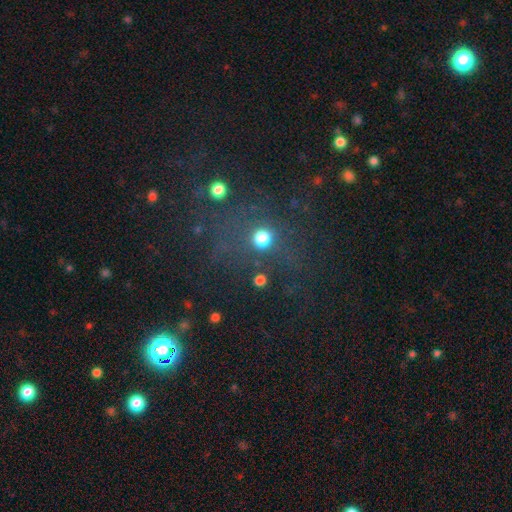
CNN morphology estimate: A star or artifact, not a galaxy (51%).

Vote fractions:
- Smooth or featured? star or artifact: 51% / smooth: 38% / featured or disk: 11%